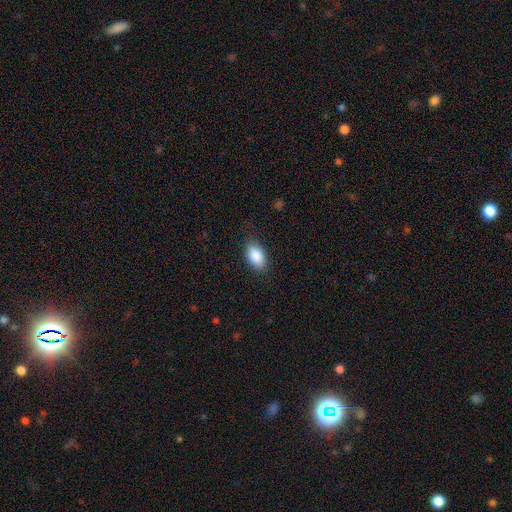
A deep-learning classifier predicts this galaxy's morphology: Overall: smooth (89%). How rounded: in between (90%). Merging: none (81%).